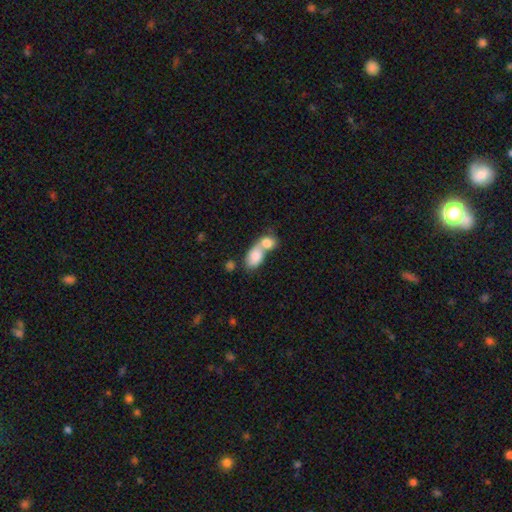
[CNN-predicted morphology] A smooth galaxy with no disk features (81%) that is in between round and cigar-shaped (82%).

Vote fractions:
- Smooth or featured? smooth: 81% / featured or disk: 13% / star or artifact: 7%
- How rounded? in between: 82% / round: 15% / cigar-shaped: 3%
- Merging? merger: 75% / none: 15% / minor disturbance: 6% / major disturbance: 4%